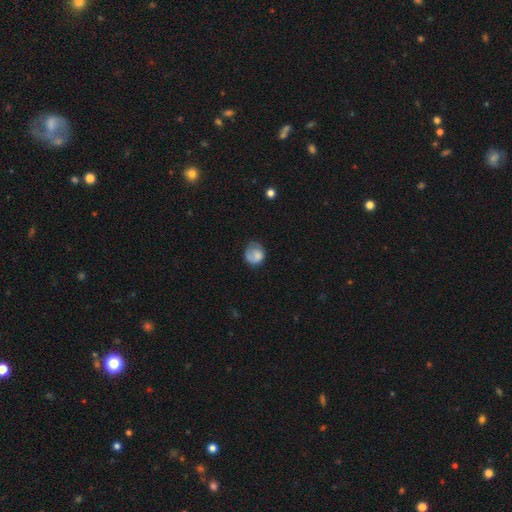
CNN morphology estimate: Smooth or featured?
  - smooth: 72% *
  - featured or disk: 20%
  - star or artifact: 8%
How rounded?
  - round: 71% *
  - in between: 28%
  - cigar-shaped: 1%
Merging?
  - none: 49% *
  - minor disturbance: 31%
  - major disturbance: 18%
  - merger: 2%